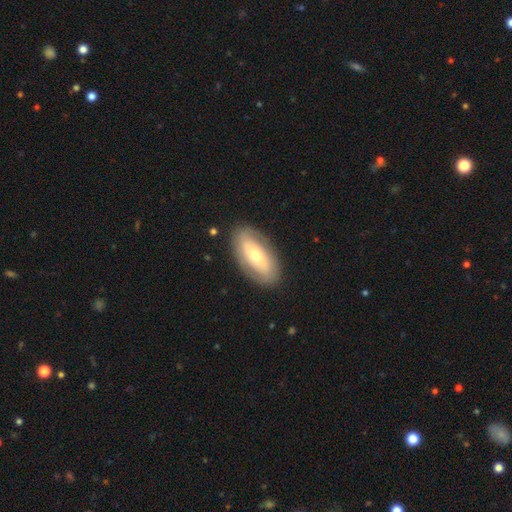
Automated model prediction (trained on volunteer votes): A featured or disk galaxy (49%). Merging: none (85%).